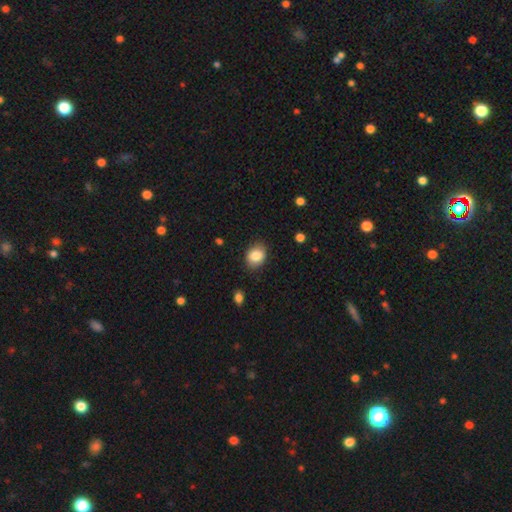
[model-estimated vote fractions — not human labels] The model was most divided on "how rounded": in between: 57%, round: 42%, cigar-shaped: 1%. More confident: smooth or featured — smooth (85%); merging — none (82%).